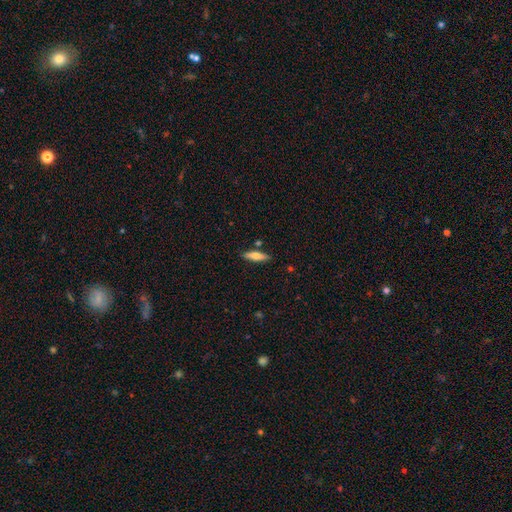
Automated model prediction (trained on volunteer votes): smooth 63%, featured or disk 31%, star or artifact 6%. Down the decision tree: how rounded — cigar-shaped (67%); merging — none (84%).